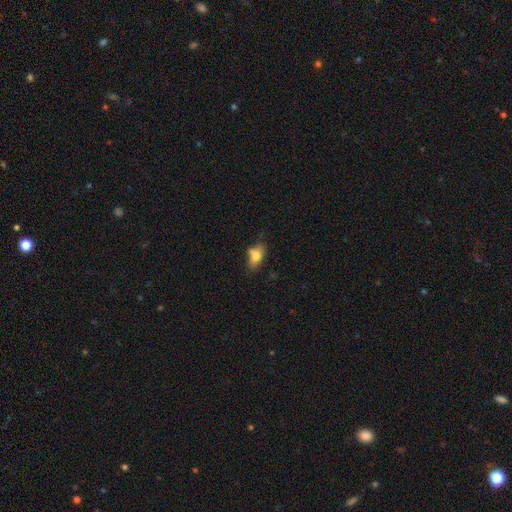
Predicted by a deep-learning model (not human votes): A smooth galaxy with no disk features (75%) that is in between round and cigar-shaped (84%).

Vote fractions:
- Smooth or featured? smooth: 75% / featured or disk: 16% / star or artifact: 9%
- How rounded? in between: 84% / round: 10% / cigar-shaped: 6%
- Merging? none: 53% / minor disturbance: 26% / merger: 14% / major disturbance: 7%